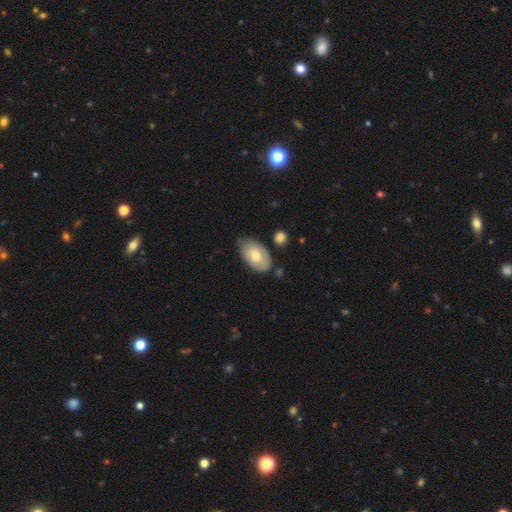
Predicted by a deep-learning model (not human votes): Morphology: type=smooth (67%); roundness=in between (93%); merging=none (64%).